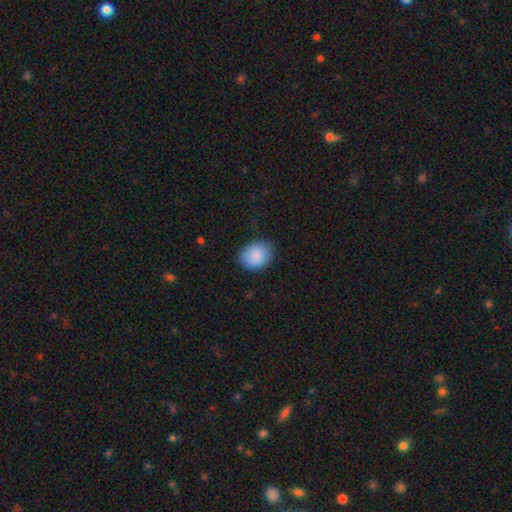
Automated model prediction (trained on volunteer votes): smooth-or-featured: smooth: 89% | star or artifact: 7% | featured or disk: 4%
  how-rounded: in between: 51% | round: 48% | cigar-shaped: 1%
  merging: none: 81% | minor disturbance: 15% | major disturbance: 3% | merger: 1%